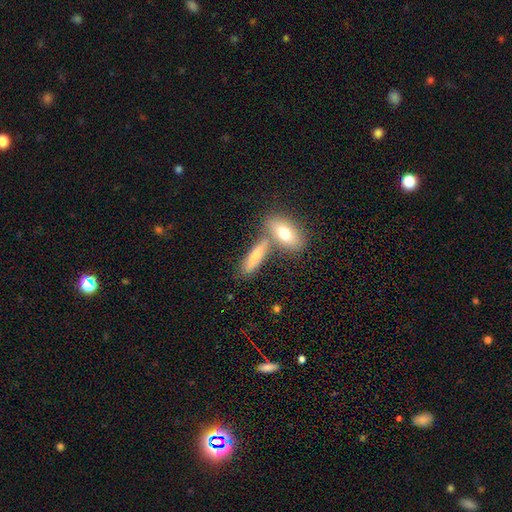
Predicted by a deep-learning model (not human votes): Smooth or featured? smooth (69%)
How rounded? cigar-shaped (56%)
Merging? none (58%)